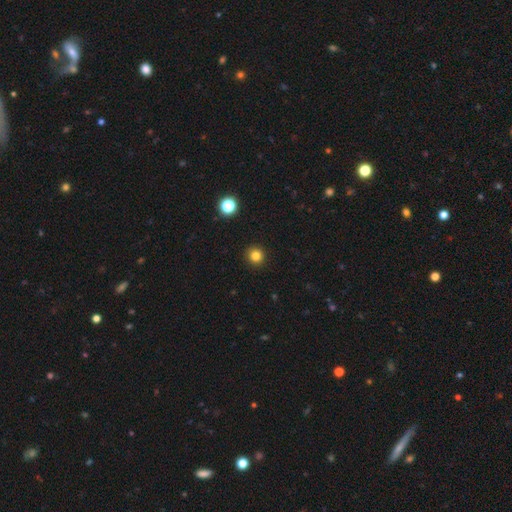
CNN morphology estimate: Smooth or featured?
  - smooth: 82% *
  - star or artifact: 14%
  - featured or disk: 5%
How rounded?
  - round: 94% *
  - in between: 5%
  - cigar-shaped: 1%
Merging?
  - none: 93% *
  - minor disturbance: 4%
  - major disturbance: 2%
  - merger: 1%